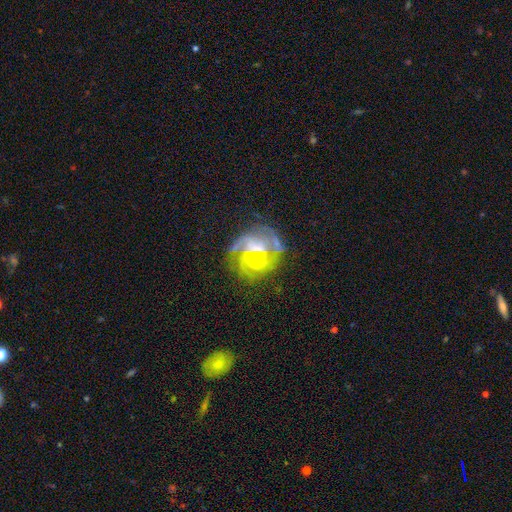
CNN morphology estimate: Smooth or featured? Predicted: featured or disk (p=0.79). Edge-on disk? Predicted: no (p=0.98). Bar? Predicted: no (p=0.55). Spiral arms? Predicted: yes (p=0.91). Spiral winding? Predicted: tight (p=0.45). Spiral arm count? Predicted: 3 (p=0.32). Bulge size? Predicted: small (p=0.50). Merging? Predicted: none (p=0.55).